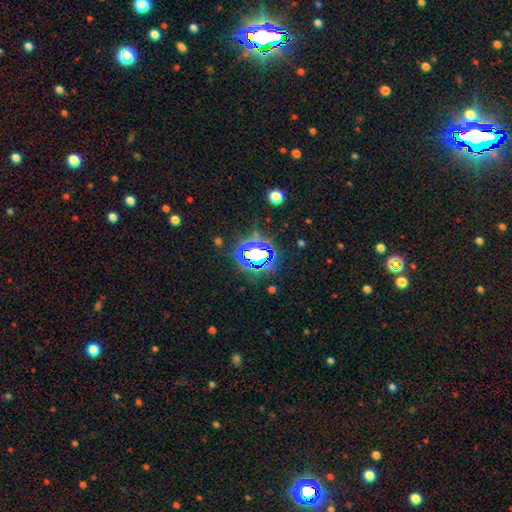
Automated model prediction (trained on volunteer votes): Smooth or featured? star or artifact (79%)